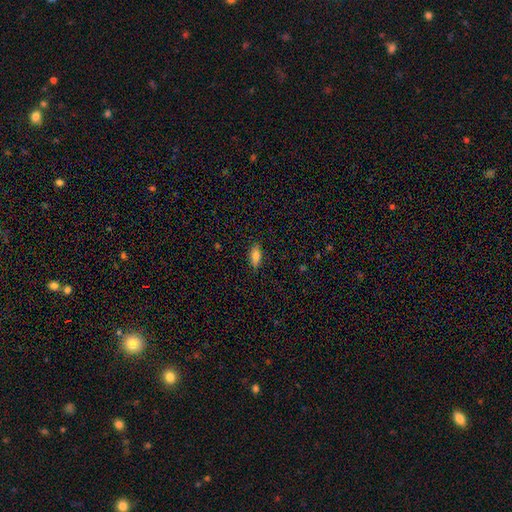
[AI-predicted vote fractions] The model was most divided on "how rounded": in between: 80%, cigar-shaped: 17%, round: 3%. More confident: merging — none (86%); smooth or featured — smooth (80%).